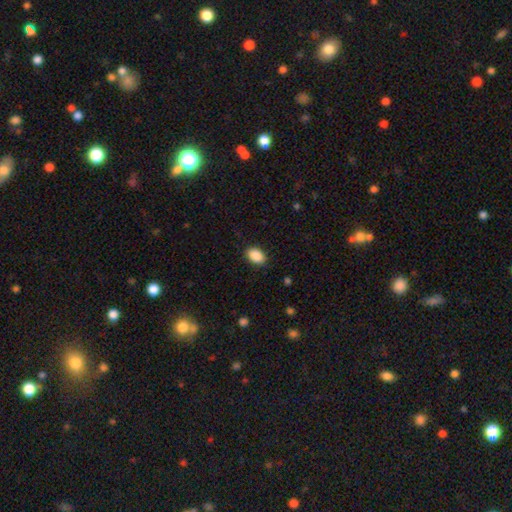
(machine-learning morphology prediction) Overall: smooth (90%). How rounded: in between (85%). Merging: none (88%).